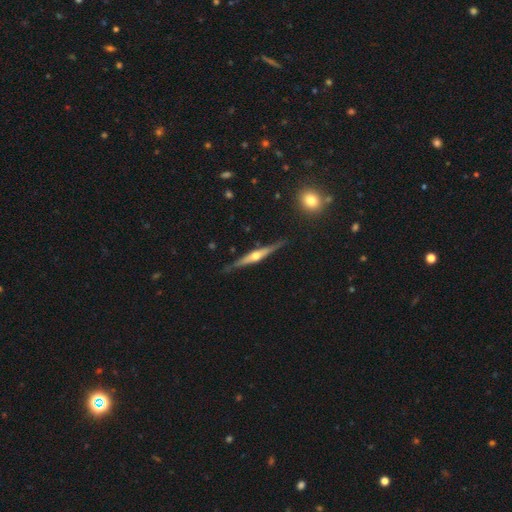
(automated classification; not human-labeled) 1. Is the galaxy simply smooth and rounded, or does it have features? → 74% featured or disk, 20% smooth, 6% star or artifact.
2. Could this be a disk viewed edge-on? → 97% yes, 3% no.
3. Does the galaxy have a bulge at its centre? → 88% rounded, 7% boxy, 5% none.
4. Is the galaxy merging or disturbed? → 85% none, 12% minor disturbance, 2% major disturbance, 2% merger.